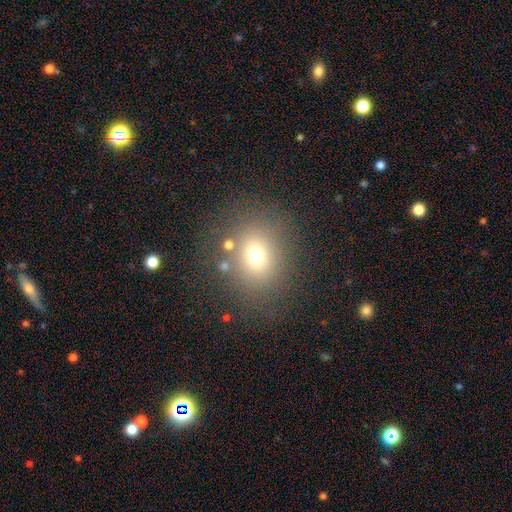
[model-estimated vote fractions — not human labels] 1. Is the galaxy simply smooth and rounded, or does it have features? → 68% smooth, 20% star or artifact, 12% featured or disk.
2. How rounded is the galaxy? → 67% round, 32% in between, 1% cigar-shaped.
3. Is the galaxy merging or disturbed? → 77% none, 11% minor disturbance, 7% major disturbance, 5% merger.